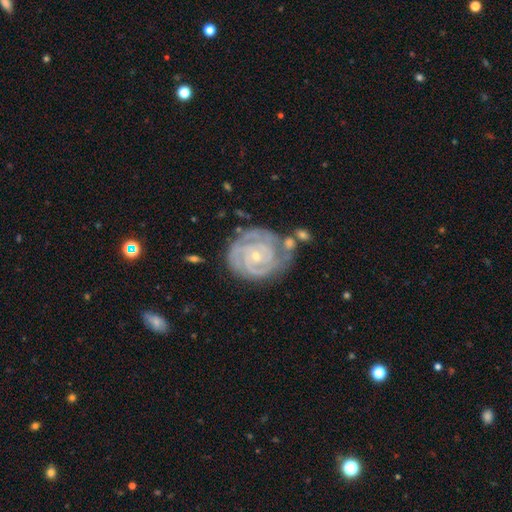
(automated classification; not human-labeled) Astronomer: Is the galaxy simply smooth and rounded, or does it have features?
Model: featured or disk — 91%.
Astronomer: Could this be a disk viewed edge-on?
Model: no — 98%.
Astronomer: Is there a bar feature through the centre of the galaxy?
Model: no — 72%.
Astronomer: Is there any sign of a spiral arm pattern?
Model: yes — 98%.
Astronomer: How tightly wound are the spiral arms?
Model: tight — 83%.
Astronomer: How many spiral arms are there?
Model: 2 — 37% (runner-up: 3, 30%).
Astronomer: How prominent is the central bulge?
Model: small — 76%.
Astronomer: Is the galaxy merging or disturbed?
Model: none — 63%.